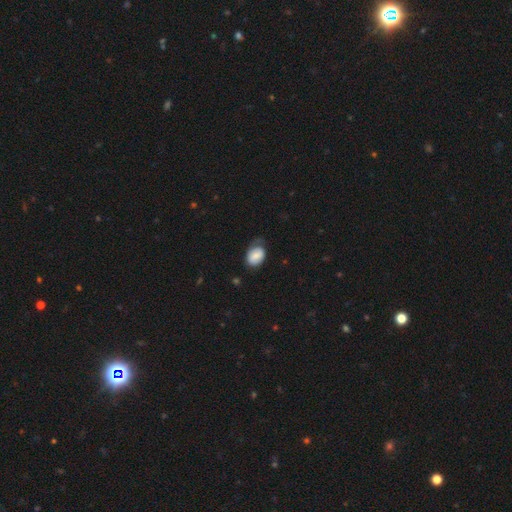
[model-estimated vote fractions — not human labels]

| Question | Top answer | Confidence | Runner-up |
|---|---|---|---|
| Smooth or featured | smooth | 71% | featured or disk (22%) |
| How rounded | in between | 76% | round (23%) |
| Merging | none | 47% | minor disturbance (35%) |